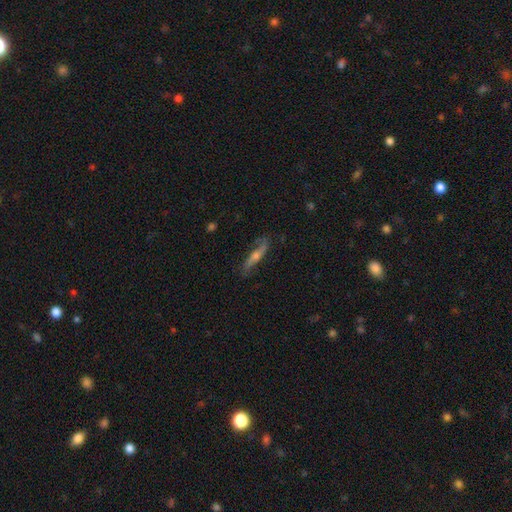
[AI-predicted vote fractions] Overall: featured or disk (68%). Edge-on disk: yes (58%; no 42%). Merging: none (76%).